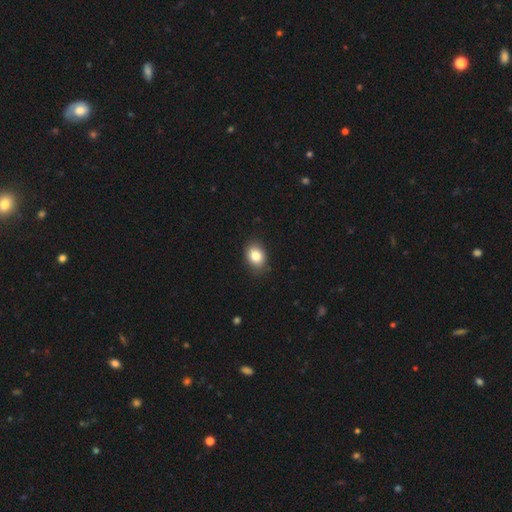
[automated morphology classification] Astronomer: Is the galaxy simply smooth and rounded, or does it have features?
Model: smooth — 83%.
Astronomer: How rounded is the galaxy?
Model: in between — 62%.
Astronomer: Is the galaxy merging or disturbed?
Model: none — 85%.